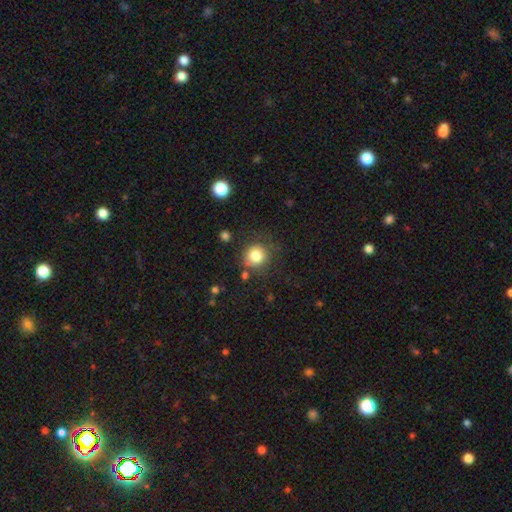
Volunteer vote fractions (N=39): This appears to be a smooth galaxy with no disk features (95%) that is round (97%). Merging: none (84%).